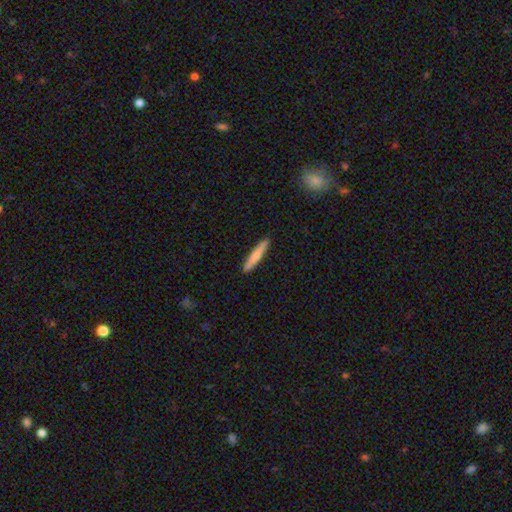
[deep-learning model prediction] Q: Smooth or featured?
A: smooth (73%); runner-up: featured or disk (22%)
Q: How rounded?
A: cigar-shaped (92%); runner-up: in between (6%)
Q: Merging?
A: none (91%); runner-up: minor disturbance (7%)